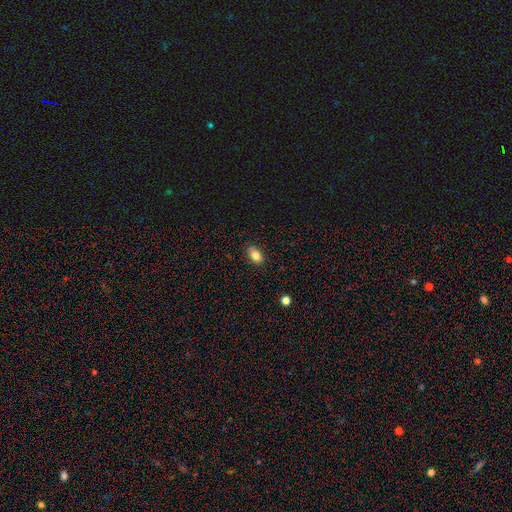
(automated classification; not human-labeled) smooth_or_featured: smooth (p=0.82) [alt: star or artifact p=0.09]
how_rounded: in between (p=0.86) [alt: round p=0.12]
merging: none (p=0.83) [alt: minor disturbance p=0.13]